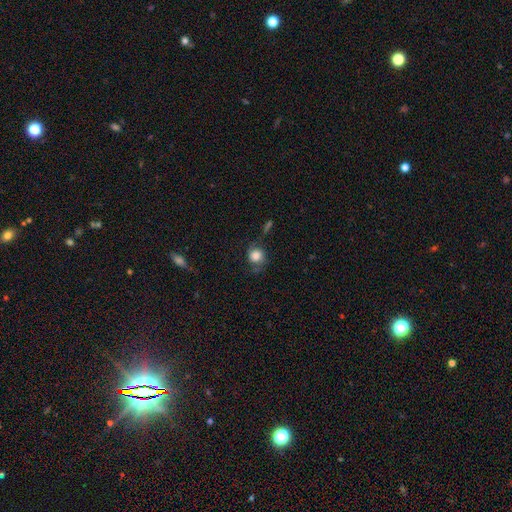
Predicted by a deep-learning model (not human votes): Smooth or featured: smooth — 67% (featured or disk — 23%)
How rounded: round — 81% (in between — 18%)
Merging: none — 59% (minor disturbance — 22%)